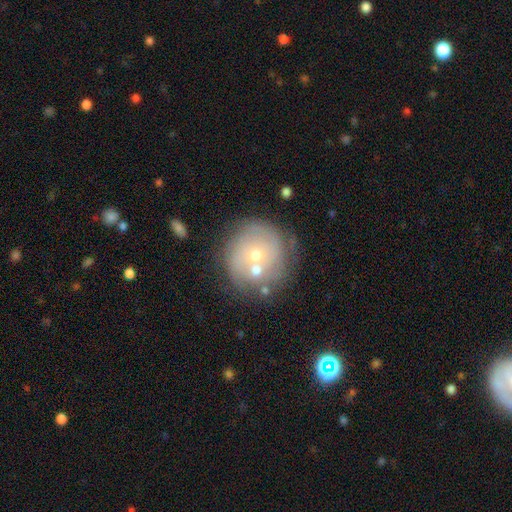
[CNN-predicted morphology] Smooth or featured? featured or disk (51%)
Edge-on disk? no (97%)
Merging? none (57%)